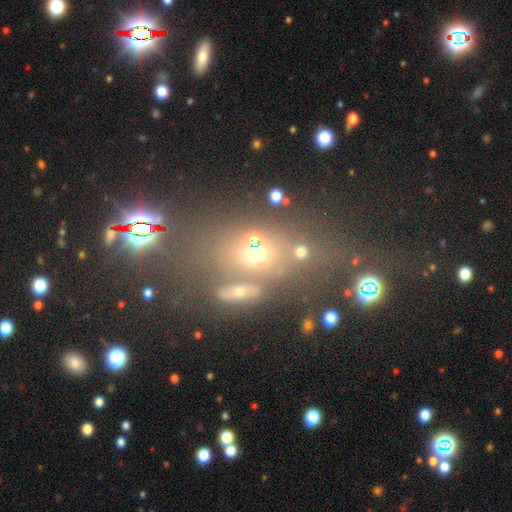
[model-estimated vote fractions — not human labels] Overall: smooth (49%; star or artifact 31%). Merging: none (48%; merger 31%).